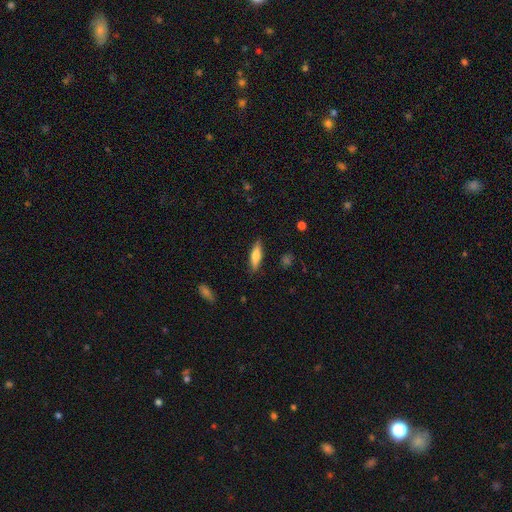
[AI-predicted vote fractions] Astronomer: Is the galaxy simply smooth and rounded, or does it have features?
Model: smooth — 70%.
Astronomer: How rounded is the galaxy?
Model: cigar-shaped — 59% (runner-up: in between, 39%).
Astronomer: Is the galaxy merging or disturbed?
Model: none — 87%.